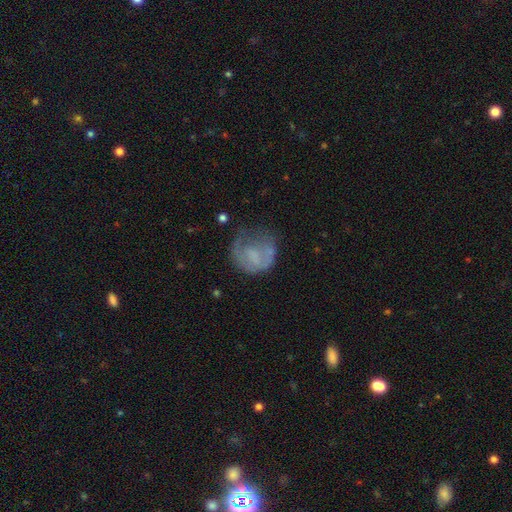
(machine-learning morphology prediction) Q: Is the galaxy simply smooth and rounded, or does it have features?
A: smooth — 47%.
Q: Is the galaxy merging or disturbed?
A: none — 38%.